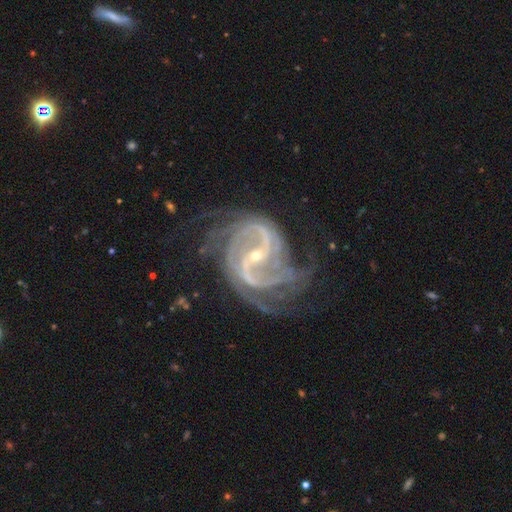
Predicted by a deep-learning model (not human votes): This appears to be a featured or disk galaxy (93%) with a strong bar (55%), 2 (56%) medium (52%) spiral arms (98%) and a small central bulge (79%). Merging: none (58%).